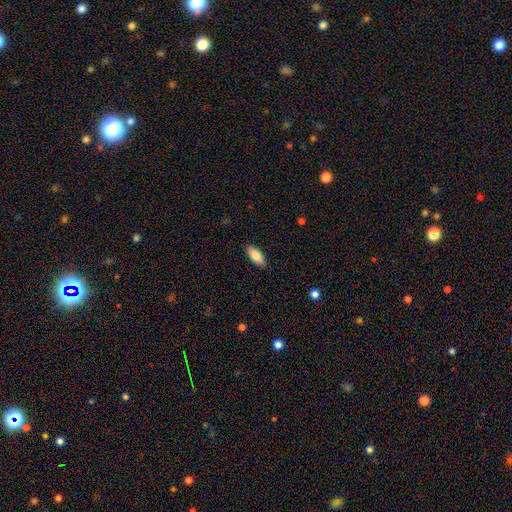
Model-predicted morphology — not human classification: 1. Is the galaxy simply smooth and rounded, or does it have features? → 85% smooth, 9% featured or disk, 6% star or artifact.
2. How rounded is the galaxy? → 82% in between, 16% cigar-shaped, 2% round.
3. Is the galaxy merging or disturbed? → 89% none, 8% minor disturbance, 2% major disturbance, 1% merger.